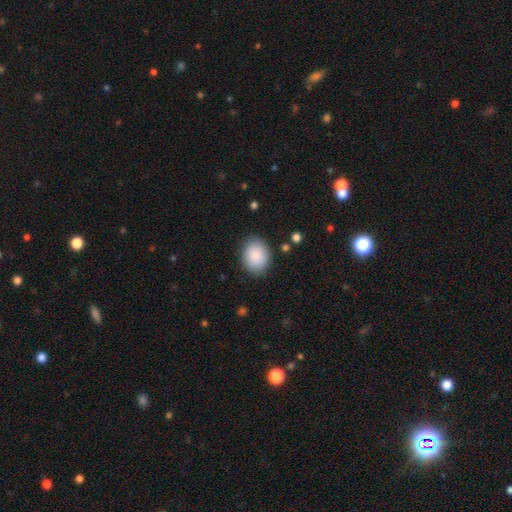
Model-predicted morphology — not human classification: This is clearly a smooth galaxy (88%). How rounded: possibly in between (53%). Merging: clearly none (85%).